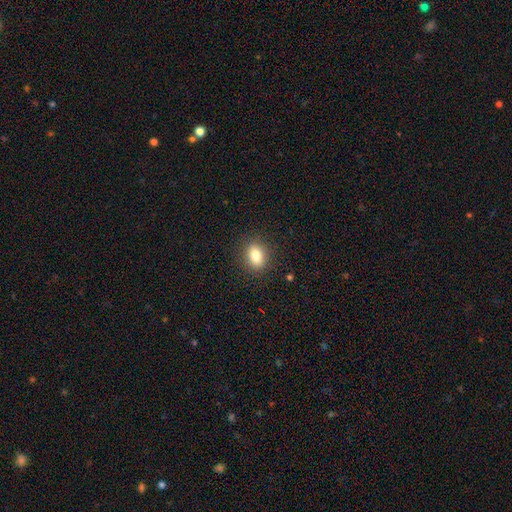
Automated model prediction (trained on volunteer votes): Morphology: type=smooth (82%); roundness=in between (67%); merging=none (88%).